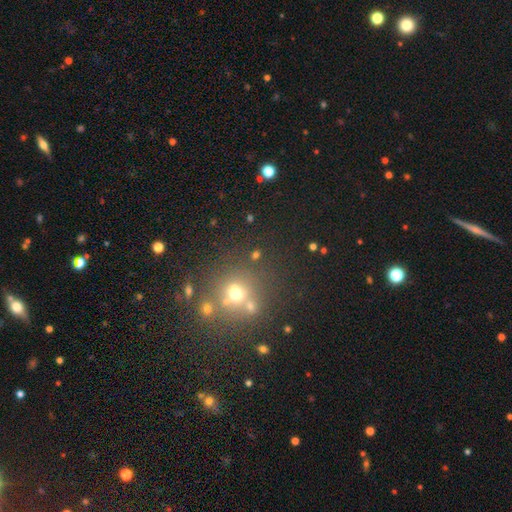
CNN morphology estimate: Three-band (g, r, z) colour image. It shows a smooth galaxy with no disk features (51%) that is round (81%). Merging: none (67%).